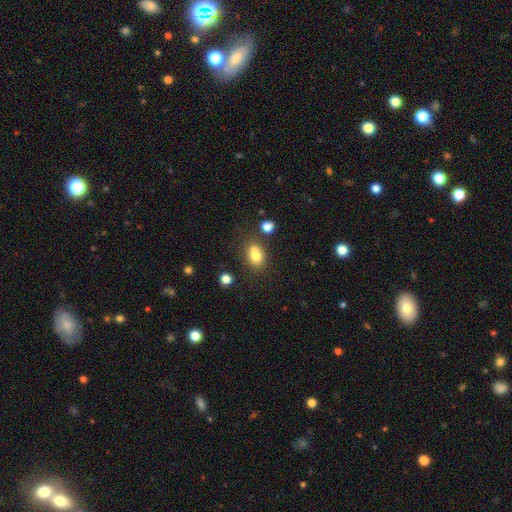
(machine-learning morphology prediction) smooth-or-featured: smooth: 76% | featured or disk: 13% | star or artifact: 12%
  how-rounded: in between: 62% | round: 36% | cigar-shaped: 2%
  merging: none: 50% | merger: 27% | minor disturbance: 17% | major disturbance: 6%